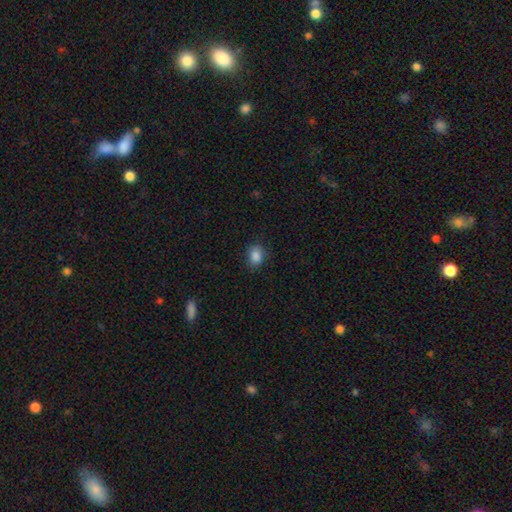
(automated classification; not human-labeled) smooth 86%, star or artifact 10%, featured or disk 4%. Down the decision tree: how rounded — in between (58%); merging — none (82%).